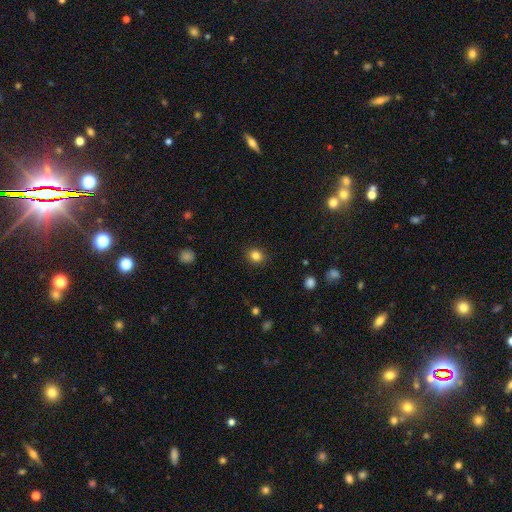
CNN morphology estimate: type=smooth (84%); roundness=round (71%); merging=none (89%).